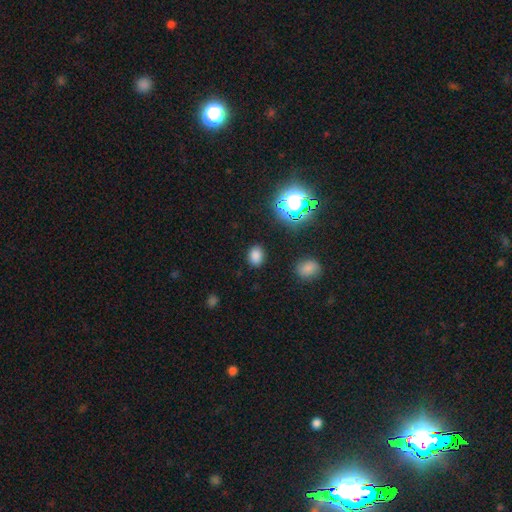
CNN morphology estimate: Smooth or featured: smooth — 77% (star or artifact — 18%)
How rounded: in between — 60% (round — 39%)
Merging: none — 86% (minor disturbance — 9%)